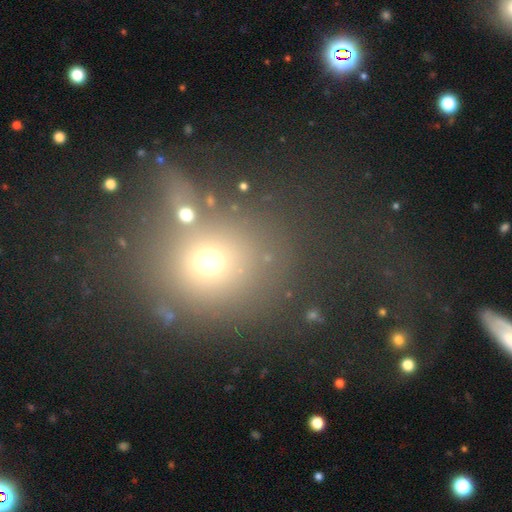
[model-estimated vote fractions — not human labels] Overall: smooth (61%; star or artifact 25%). How rounded: round (78%). Merging: none (58%).